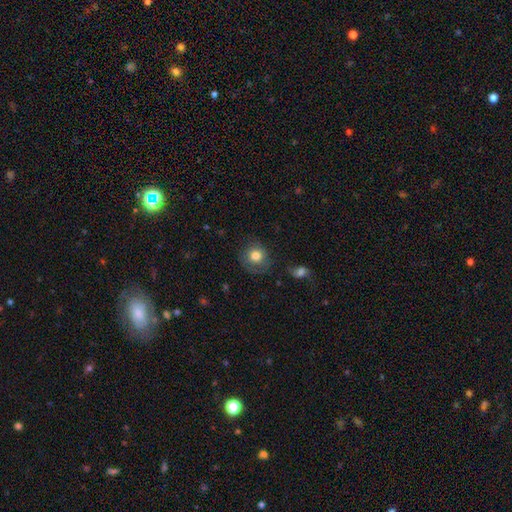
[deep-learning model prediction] Smooth or featured?
  - smooth: 76% *
  - featured or disk: 15%
  - star or artifact: 9%
How rounded?
  - round: 86% *
  - in between: 13%
  - cigar-shaped: 1%
Merging?
  - none: 68% *
  - minor disturbance: 20%
  - major disturbance: 9%
  - merger: 3%